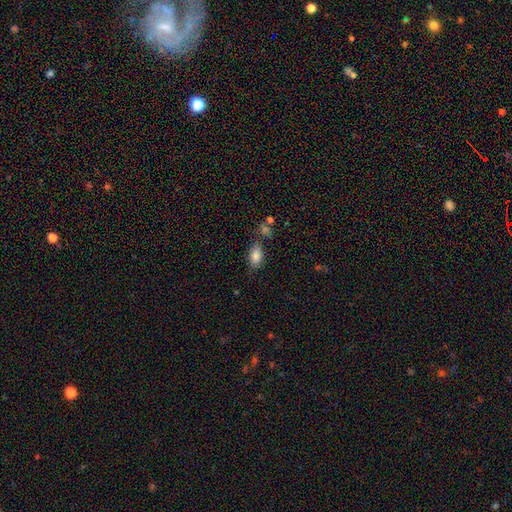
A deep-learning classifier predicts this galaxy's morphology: Smooth or featured? Predicted: smooth (p=0.84). How rounded? Predicted: in between (p=0.91). Merging? Predicted: none (p=0.69).